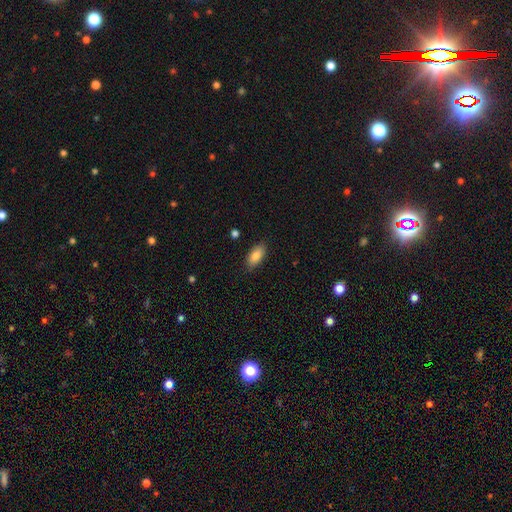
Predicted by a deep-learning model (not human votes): A smooth galaxy with no disk features (84%) that is in between round and cigar-shaped (91%). Merging: none (85%).